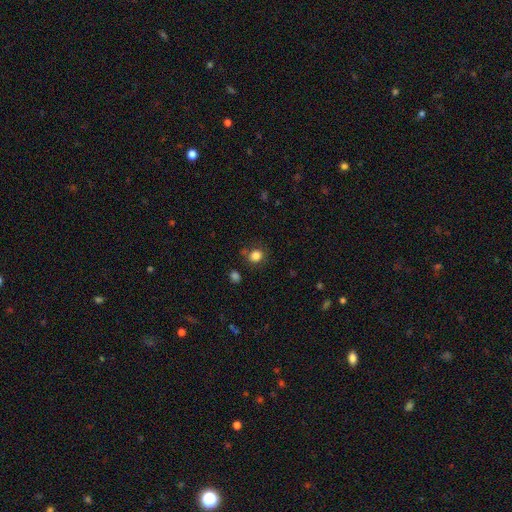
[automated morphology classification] Smooth or featured?
  - smooth: 83% *
  - star or artifact: 12%
  - featured or disk: 5%
How rounded?
  - round: 72% *
  - in between: 27%
  - cigar-shaped: 1%
Merging?
  - none: 76% *
  - minor disturbance: 15%
  - major disturbance: 5%
  - merger: 4%